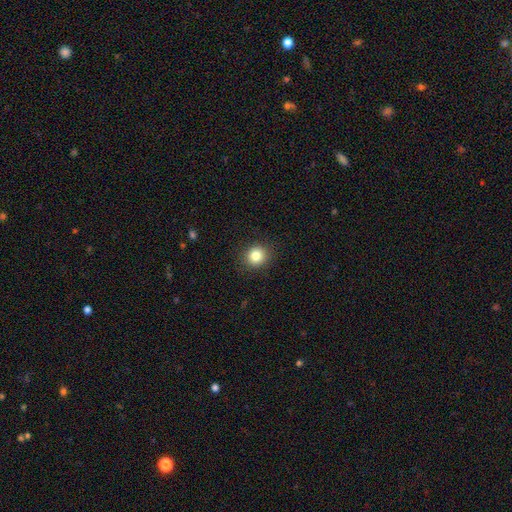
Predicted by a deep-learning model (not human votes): Smooth or featured: smooth — 82% (star or artifact — 11%)
How rounded: round — 85% (in between — 14%)
Merging: none — 90% (minor disturbance — 7%)